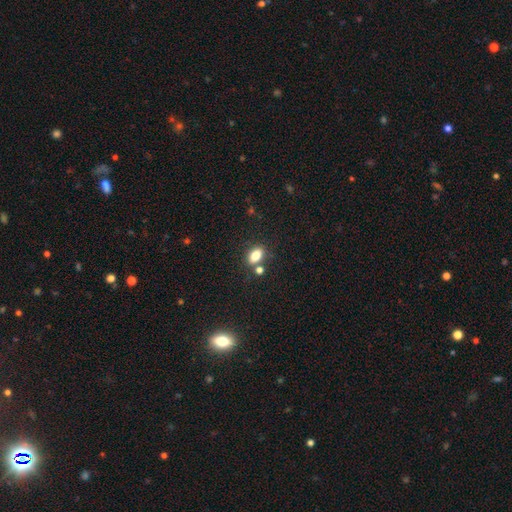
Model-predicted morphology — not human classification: A smooth galaxy with no disk features (81%) that is in between round and cigar-shaped (83%). Merging: none (68%).